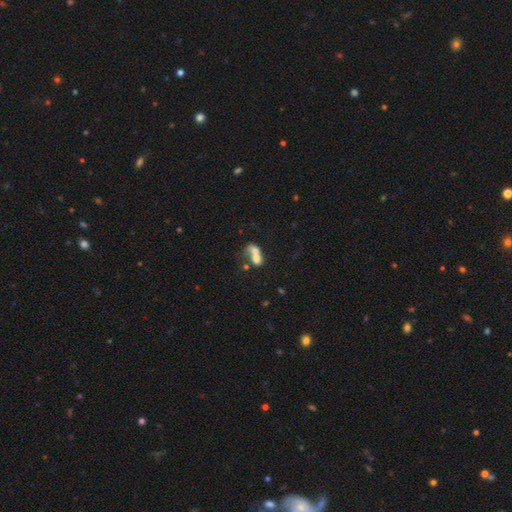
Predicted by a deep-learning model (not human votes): Smooth or featured?
  - smooth: 62% *
  - featured or disk: 27%
  - star or artifact: 11%
How rounded?
  - in between: 63% *
  - round: 33%
  - cigar-shaped: 4%
Merging?
  - merger: 73% *
  - none: 14%
  - major disturbance: 7%
  - minor disturbance: 6%